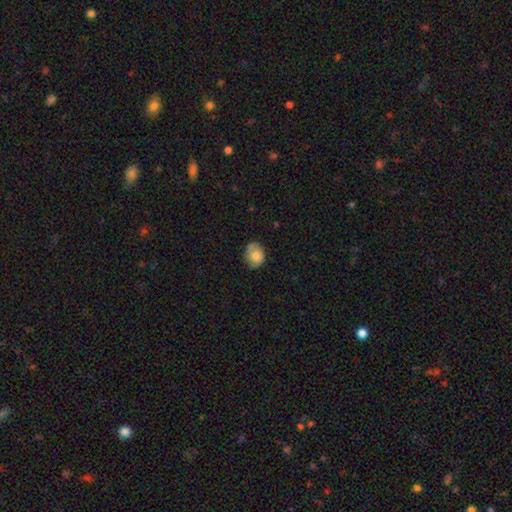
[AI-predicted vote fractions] smooth_or_featured: smooth (p=0.71) [alt: featured or disk p=0.21]
how_rounded: in between (p=0.50) [alt: round p=0.49]
merging: none (p=0.64) [alt: minor disturbance p=0.27]